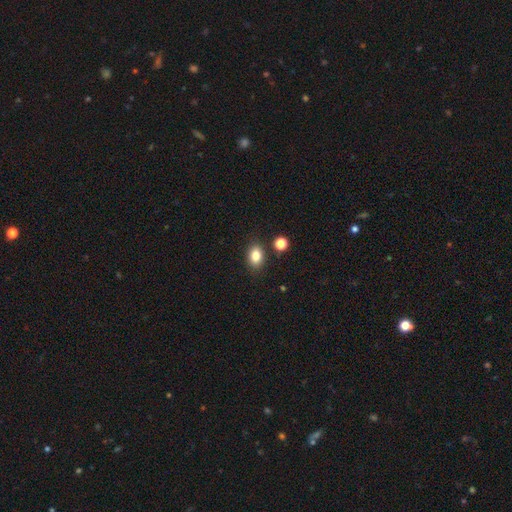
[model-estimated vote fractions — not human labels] A smooth galaxy with no disk features (82%) that is in between round and cigar-shaped (75%). Merging: none (82%).